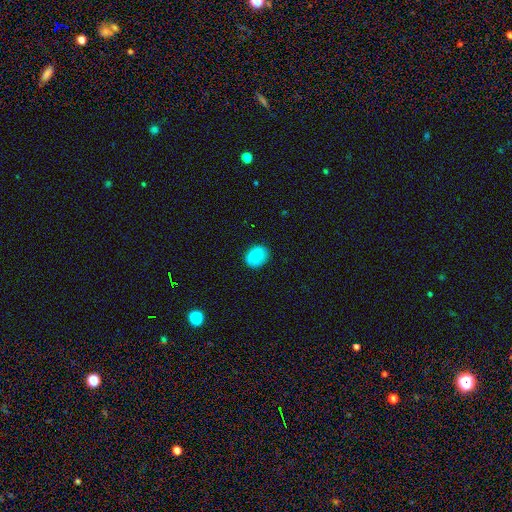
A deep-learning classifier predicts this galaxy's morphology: smooth-or-featured: smooth: 89% | star or artifact: 8% | featured or disk: 4%
  how-rounded: in between: 58% | round: 41% | cigar-shaped: 1%
  merging: none: 85% | minor disturbance: 11% | major disturbance: 3% | merger: 1%